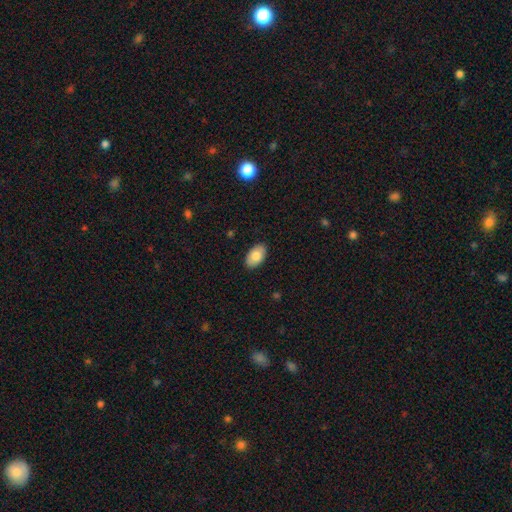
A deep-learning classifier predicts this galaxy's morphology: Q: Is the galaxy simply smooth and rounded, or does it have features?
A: smooth — 82%.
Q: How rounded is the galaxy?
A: in between — 94%.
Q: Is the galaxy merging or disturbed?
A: none — 89%.